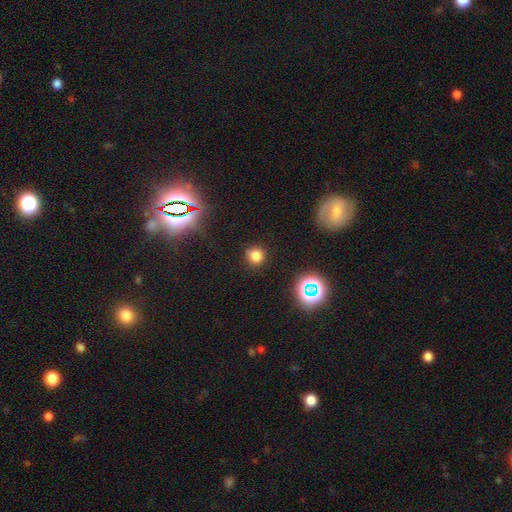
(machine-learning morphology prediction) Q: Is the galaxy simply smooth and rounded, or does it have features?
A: smooth — 75%.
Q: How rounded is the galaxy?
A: round — 90%.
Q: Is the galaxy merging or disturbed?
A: none — 85%.